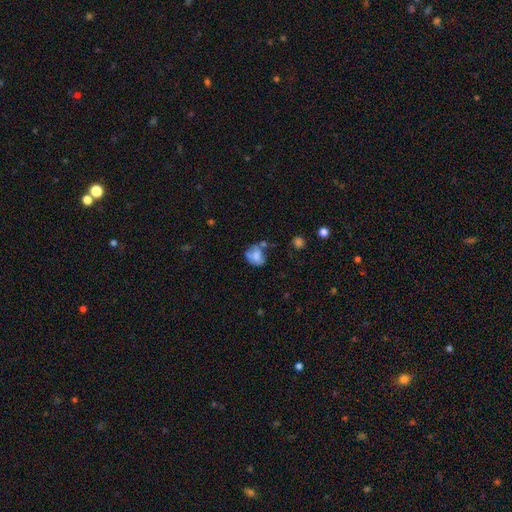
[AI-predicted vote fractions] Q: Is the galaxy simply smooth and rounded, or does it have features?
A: smooth — 64%.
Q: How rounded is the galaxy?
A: round — 50%.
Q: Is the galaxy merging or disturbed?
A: none — 39%.